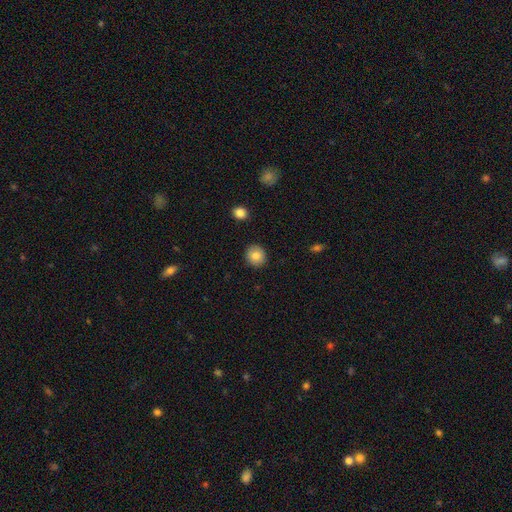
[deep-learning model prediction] Smooth or featured? Predicted: smooth (p=0.83). How rounded? Predicted: round (p=0.85). Merging? Predicted: none (p=0.91).